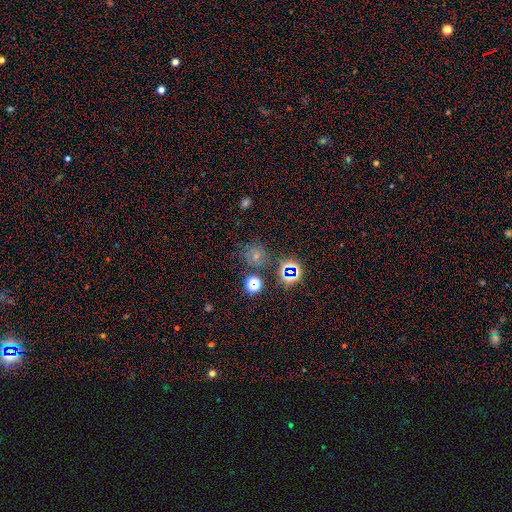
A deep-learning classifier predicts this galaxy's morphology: Smooth or featured? smooth (42%)
Merging? none (71%)